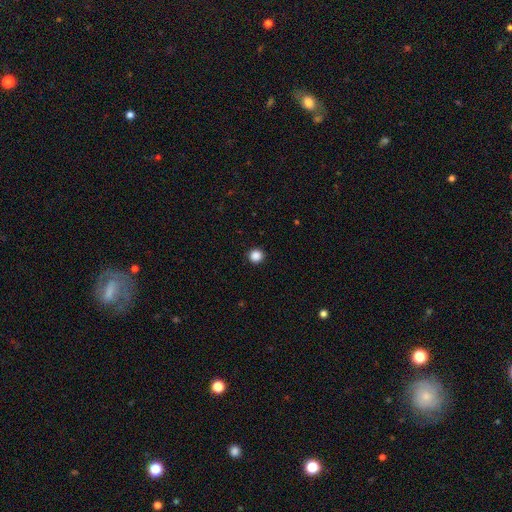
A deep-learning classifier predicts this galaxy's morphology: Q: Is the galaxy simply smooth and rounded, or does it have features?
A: smooth — 87%.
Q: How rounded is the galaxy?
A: round — 95%.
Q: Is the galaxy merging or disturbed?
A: none — 93%.